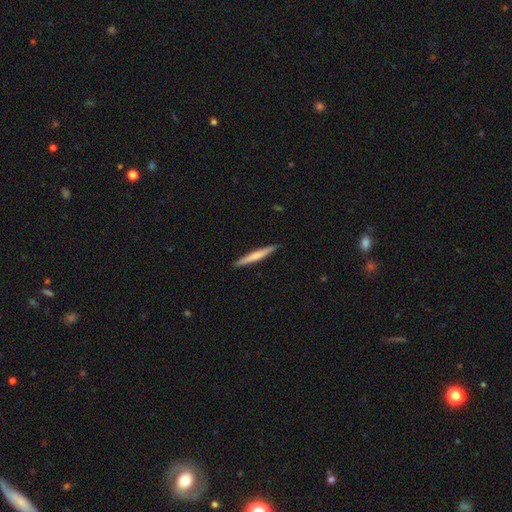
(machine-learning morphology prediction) This appears to be a smooth galaxy with no disk features (62%) that is cigar-shaped (96%). Merging: none (92%).